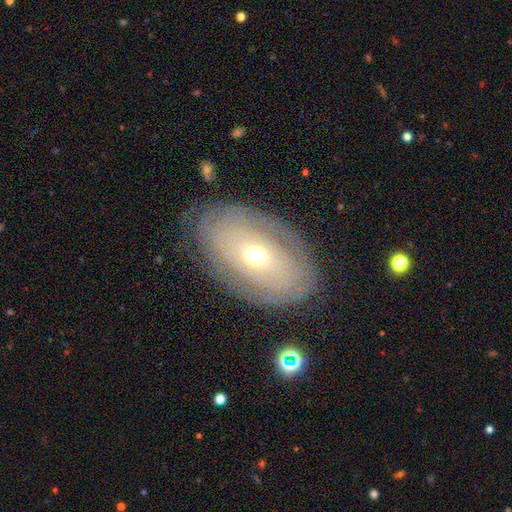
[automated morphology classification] Overall: featured or disk (63%; smooth 29%). Edge-on disk: no (91%). Bar: no (74%). Spiral arms: yes (51%; no 49%). Bulge size: moderate (61%; small 26%). Merging: none (78%).